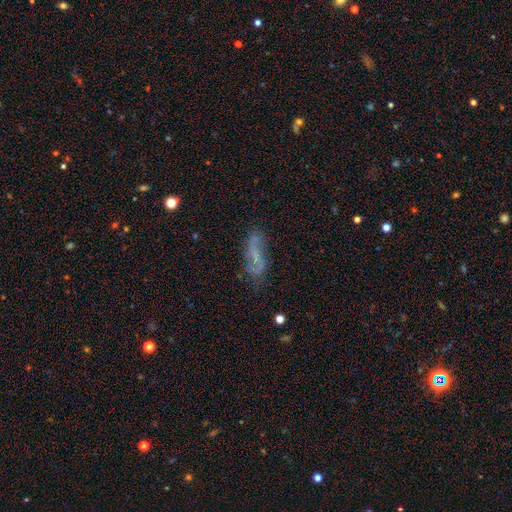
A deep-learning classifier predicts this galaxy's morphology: smooth-or-featured: featured or disk: 56% | smooth: 32% | star or artifact: 12%
  disk-edge-on: no: 87% | yes: 13%
  merging: none: 59% | minor disturbance: 23% | major disturbance: 13% | merger: 5%